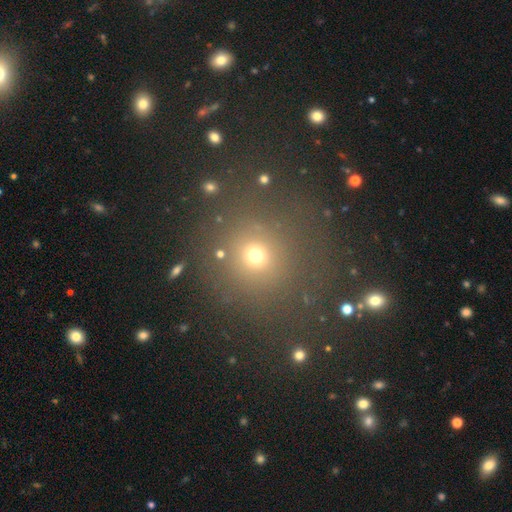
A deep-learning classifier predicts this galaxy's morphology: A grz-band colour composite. It shows a smooth galaxy with no disk features (68%) that is round (88%). Merging: none (78%).